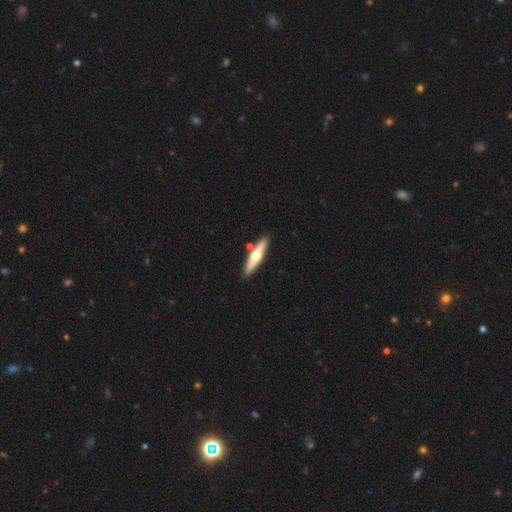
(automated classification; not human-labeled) This is possibly a featured or disk galaxy (49%). Merging: clearly none (84%).